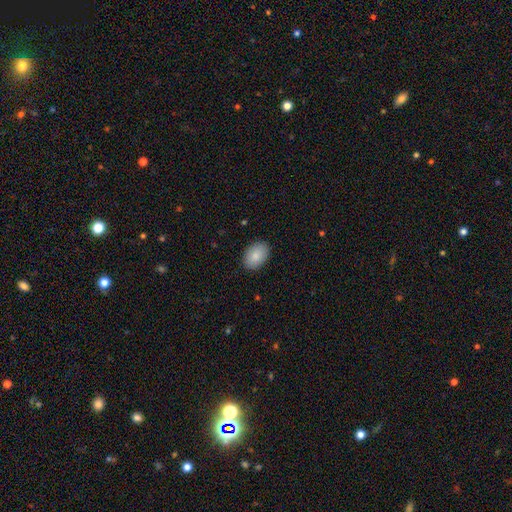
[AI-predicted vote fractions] Smooth or featured? smooth (86%)
How rounded? in between (86%)
Merging? none (89%)